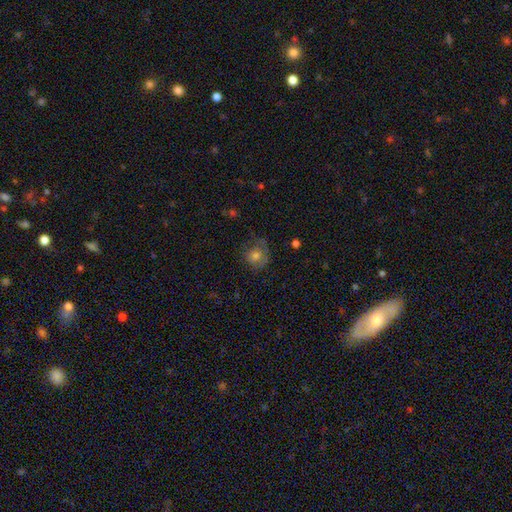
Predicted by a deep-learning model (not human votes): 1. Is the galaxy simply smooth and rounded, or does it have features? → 64% smooth, 24% featured or disk, 13% star or artifact.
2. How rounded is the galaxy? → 79% round, 20% in between, 1% cigar-shaped.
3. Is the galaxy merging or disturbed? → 56% none, 25% minor disturbance, 17% major disturbance, 2% merger.